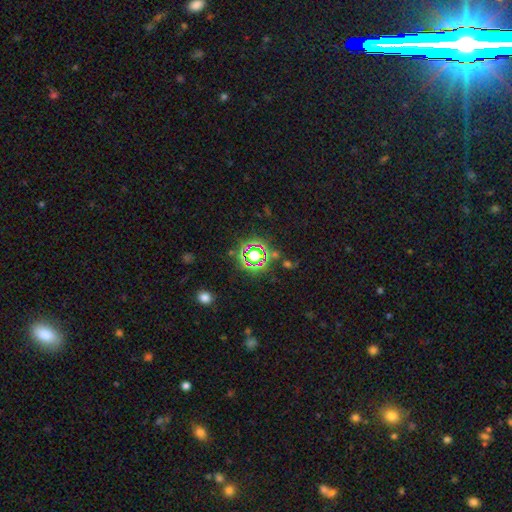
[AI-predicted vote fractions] A star or artifact, not a galaxy (70%).